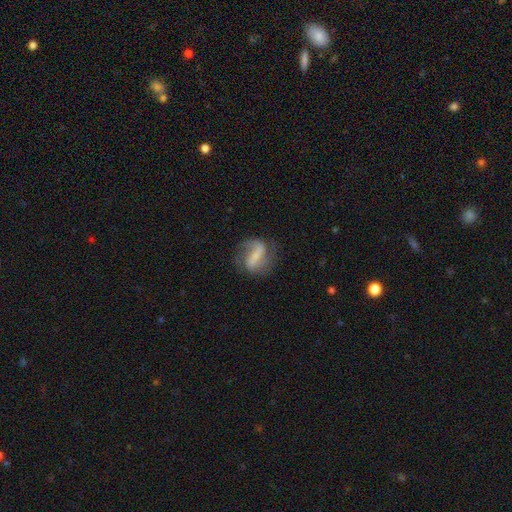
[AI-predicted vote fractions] smooth-or-featured: featured or disk: 70% | smooth: 22% | star or artifact: 8%
  disk-edge-on: no: 95% | yes: 5%
    bar: strong: 55% | weak: 32% | no: 13%
    has-spiral-arms: yes: 87% | no: 13%
      spiral-winding: medium: 43% | loose: 39% | tight: 18%
      spiral-arm-count: 2: 80% | 1: 8% | can't tell: 8% | 3: 2% | 4: 1% | more than 4: 1%
    bulge-size: small: 44% | none: 27% | moderate: 22% | large: 5% | dominant: 2%
  merging: none: 66% | minor disturbance: 19% | major disturbance: 13% | merger: 2%